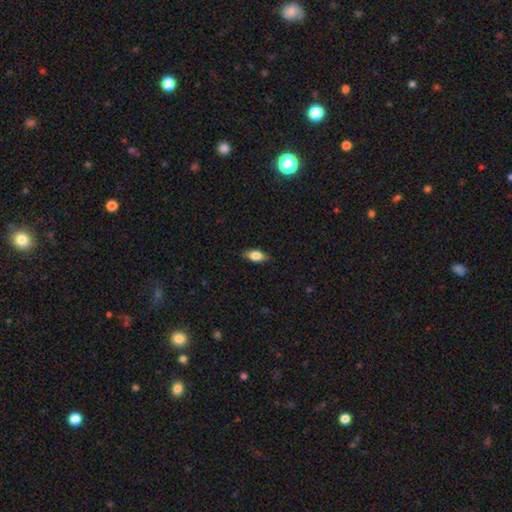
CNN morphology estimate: smooth 73%, featured or disk 20%, star or artifact 8%. Down the decision tree: how rounded — in between (83%); merging — none (84%).